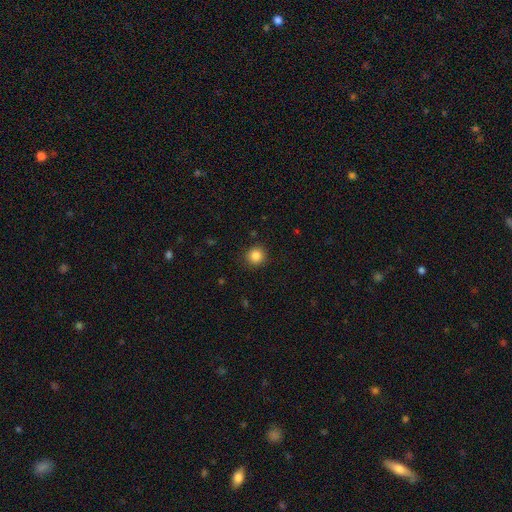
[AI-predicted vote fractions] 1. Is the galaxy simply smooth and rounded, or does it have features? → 85% smooth, 11% star or artifact, 4% featured or disk.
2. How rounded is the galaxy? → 93% round, 6% in between, 1% cigar-shaped.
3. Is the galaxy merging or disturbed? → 90% none, 7% minor disturbance, 2% major disturbance, 1% merger.